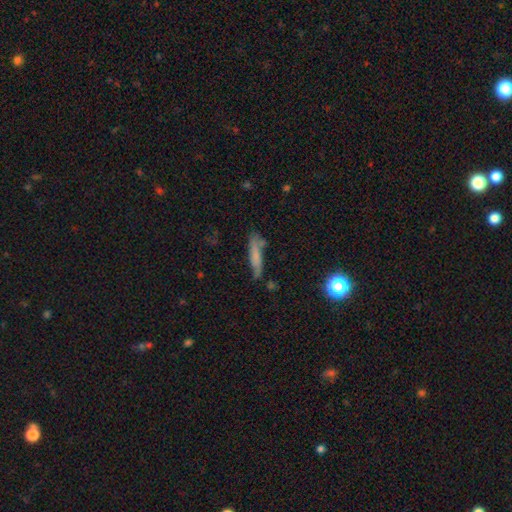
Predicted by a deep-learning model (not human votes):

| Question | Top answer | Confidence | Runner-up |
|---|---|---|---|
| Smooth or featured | smooth | 64% | featured or disk (26%) |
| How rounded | cigar-shaped | 81% | in between (16%) |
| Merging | none | 63% | minor disturbance (24%) |